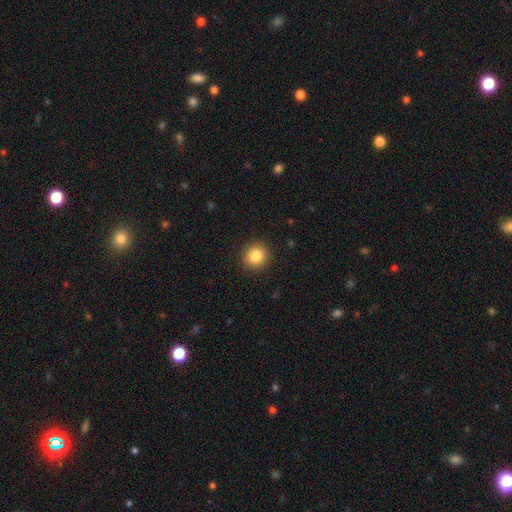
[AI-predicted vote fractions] Smooth or featured? Predicted: smooth (p=0.85). How rounded? Predicted: round (p=0.87). Merging? Predicted: none (p=0.90).